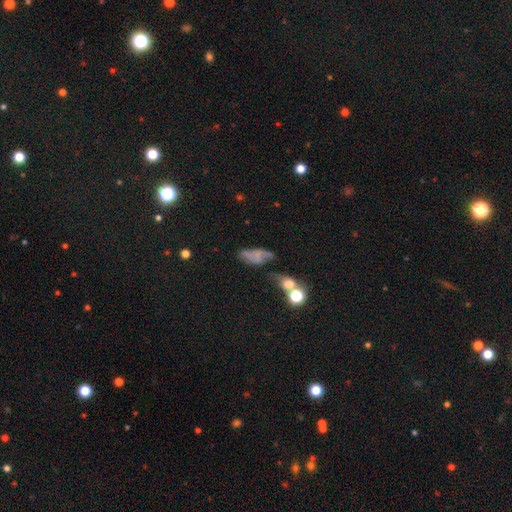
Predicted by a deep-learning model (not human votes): Morphology: type=smooth (46%); merging=major disturbance (30%).